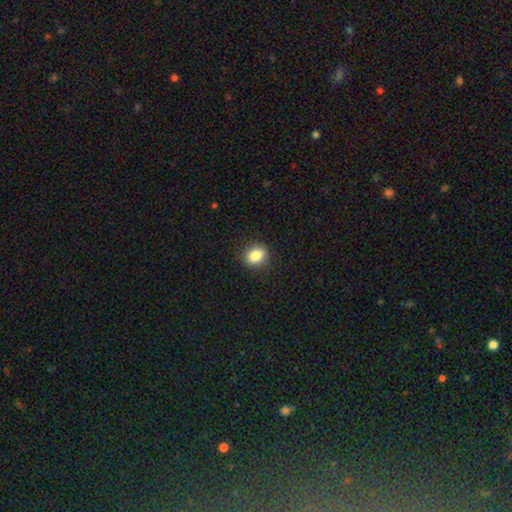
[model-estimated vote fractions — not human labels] Smooth or featured?
  - smooth: 85% *
  - star or artifact: 9%
  - featured or disk: 6%
How rounded?
  - round: 52% *
  - in between: 47%
  - cigar-shaped: 1%
Merging?
  - none: 89% *
  - minor disturbance: 8%
  - major disturbance: 2%
  - merger: 1%